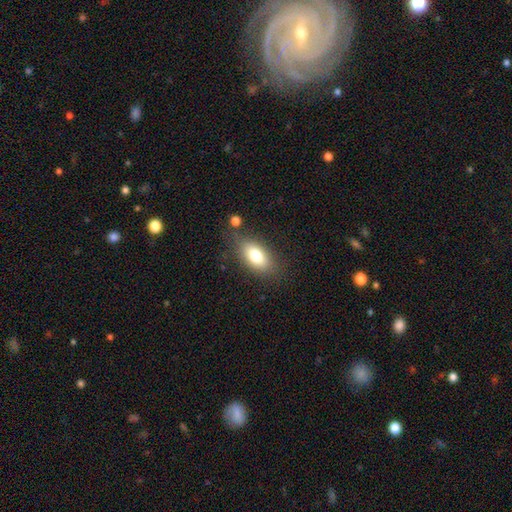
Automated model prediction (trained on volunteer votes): A smooth galaxy with no disk features (78%) that is in between round and cigar-shaped (88%).

Vote fractions:
- Smooth or featured? smooth: 78% / featured or disk: 14% / star or artifact: 8%
- How rounded? in between: 88% / round: 7% / cigar-shaped: 5%
- Merging? none: 76% / minor disturbance: 15% / major disturbance: 5% / merger: 4%